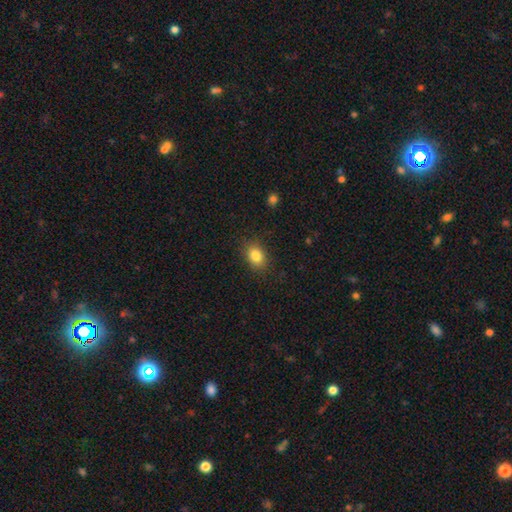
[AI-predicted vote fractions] This is clearly a smooth galaxy (84%). How rounded: likely in between (69%). Merging: clearly none (86%).